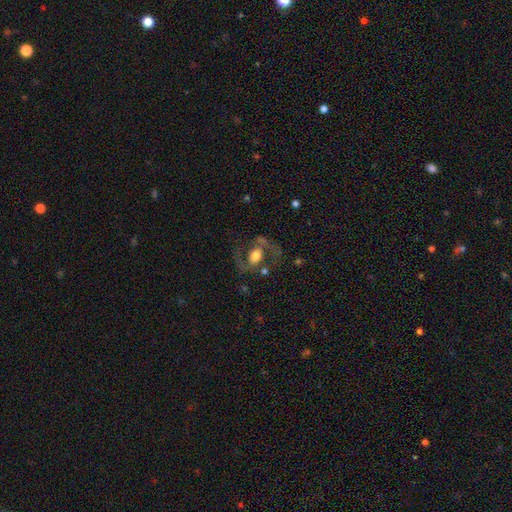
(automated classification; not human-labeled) smooth_or_featured: featured or disk (p=0.63) [alt: smooth p=0.29]
disk_edge_on: no (p=0.95) [alt: yes p=0.05]
bar: no (p=0.56) [alt: weak p=0.29]
has_spiral_arms: yes (p=0.67) [alt: no p=0.33]
bulge_size: moderate (p=0.50) [alt: large p=0.35]
merging: none (p=0.66) [alt: major disturbance p=0.16]